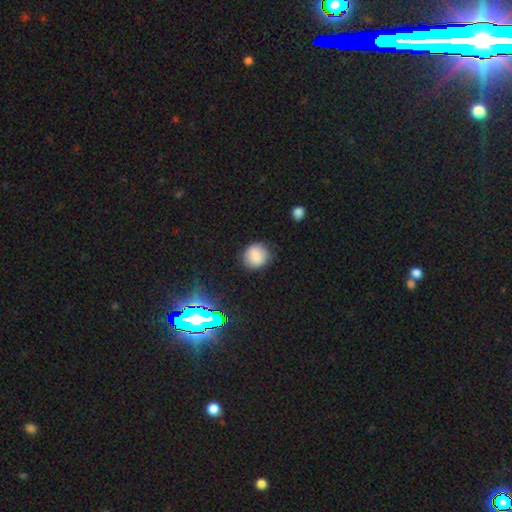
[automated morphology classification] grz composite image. It shows a smooth galaxy with no disk features (82%) that is round (85%). Merging: none (82%).